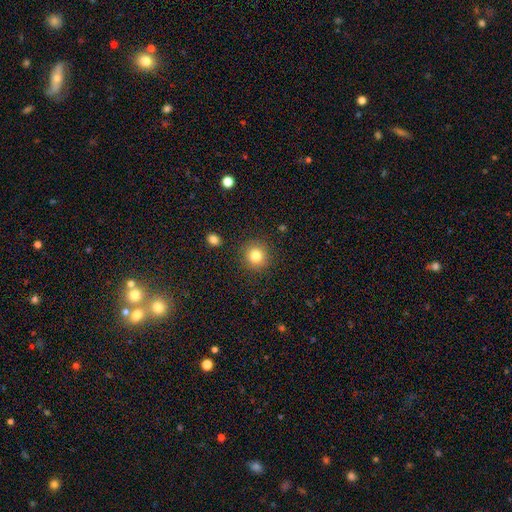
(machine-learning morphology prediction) Overall: smooth (82%). How rounded: round (92%). Merging: none (89%).